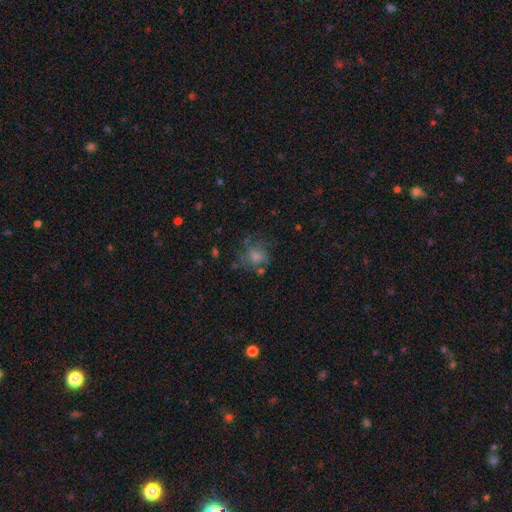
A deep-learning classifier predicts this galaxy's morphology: type=smooth (64%); roundness=round (73%); merging=none (56%).